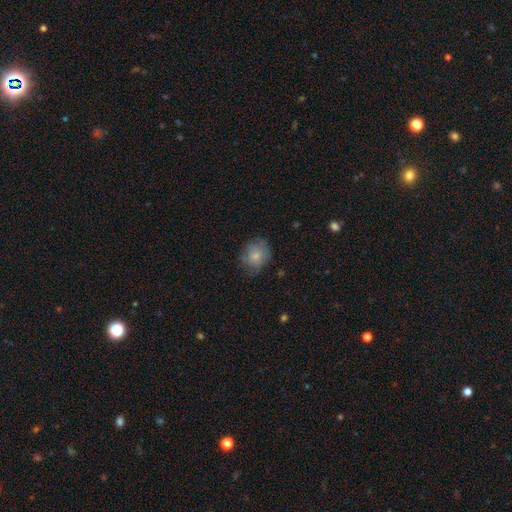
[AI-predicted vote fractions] smooth 76%, featured or disk 15%, star or artifact 8%. Down the decision tree: how rounded — round (71%); merging — none (65%).